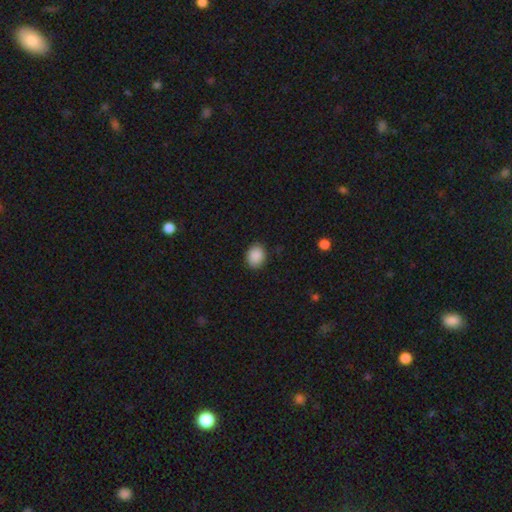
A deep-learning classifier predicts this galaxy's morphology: Smooth or featured? smooth (89%)
How rounded? round (54%)
Merging? none (87%)